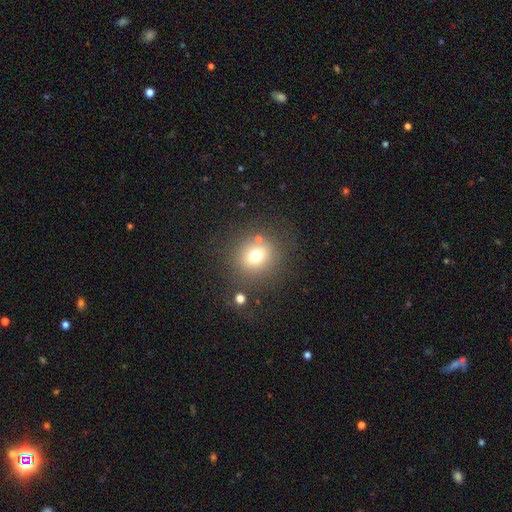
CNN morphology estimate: This appears to be a smooth galaxy with no disk features (71%) that is round (80%). Merging: none (78%).